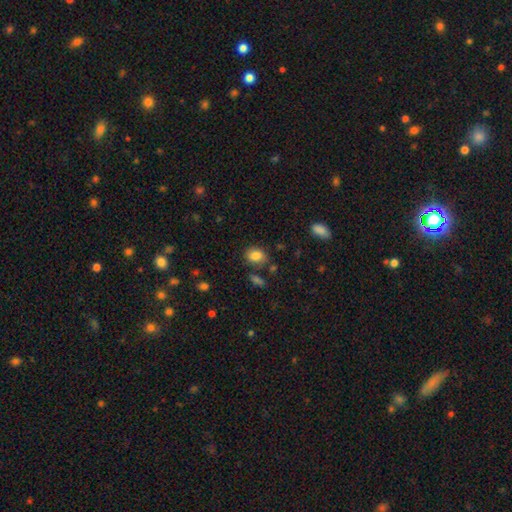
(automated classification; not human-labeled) Smooth or featured?
  - smooth: 83% *
  - star or artifact: 9%
  - featured or disk: 8%
How rounded?
  - in between: 52% *
  - round: 47%
  - cigar-shaped: 1%
Merging?
  - none: 77% *
  - minor disturbance: 15%
  - merger: 5%
  - major disturbance: 4%